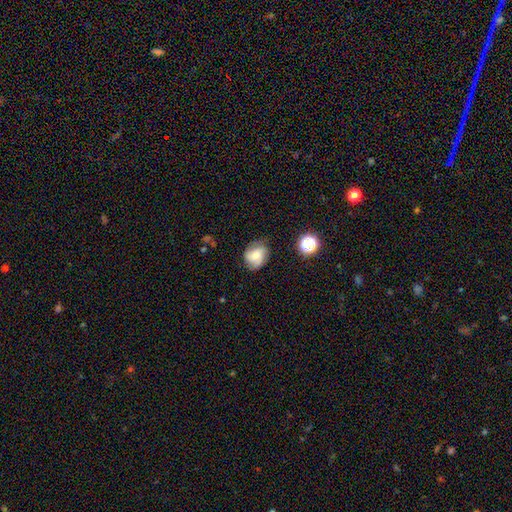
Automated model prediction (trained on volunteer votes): A featured or disk galaxy (54%) with no bar (59%), spiral arms (92%) and a moderate central bulge (42%).

Vote fractions:
- Smooth or featured? featured or disk: 54% / smooth: 36% / star or artifact: 10%
- Edge-on disk? no: 97% / yes: 3%
- Bar? no: 59% / weak: 34% / strong: 7%
- Spiral arms? yes: 92% / no: 8%
- Bulge size? moderate: 42% / small: 36% / none: 10% / large: 9% / dominant: 2%
- Merging? none: 71% / minor disturbance: 20% / major disturbance: 7% / merger: 2%